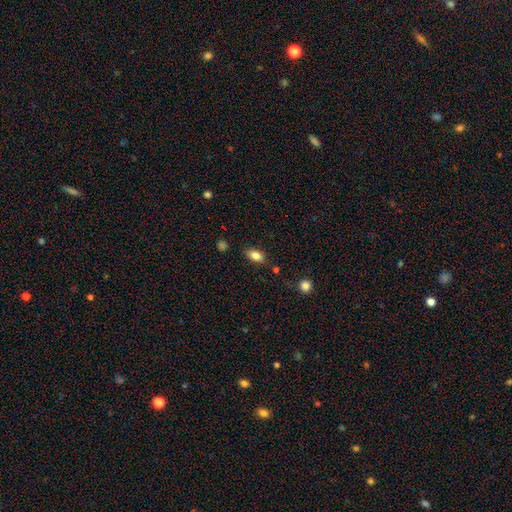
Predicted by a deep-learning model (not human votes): Smooth or featured?
  - smooth: 83% *
  - star or artifact: 9%
  - featured or disk: 8%
How rounded?
  - in between: 89% *
  - round: 7%
  - cigar-shaped: 4%
Merging?
  - none: 82% *
  - minor disturbance: 13%
  - major disturbance: 3%
  - merger: 3%